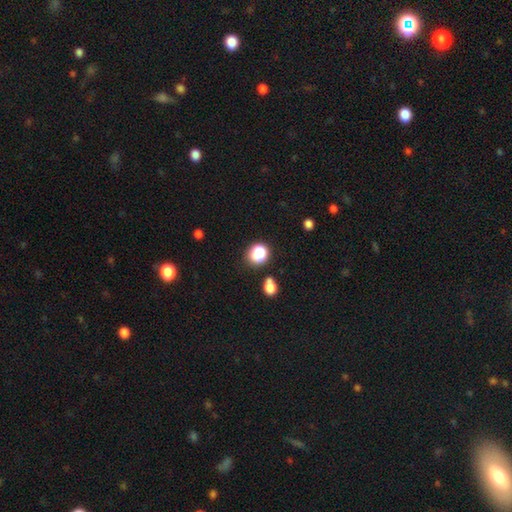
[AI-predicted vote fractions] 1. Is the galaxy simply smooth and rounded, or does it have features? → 80% smooth, 14% star or artifact, 6% featured or disk.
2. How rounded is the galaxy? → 76% round, 23% in between, 1% cigar-shaped.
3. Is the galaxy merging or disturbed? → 68% none, 14% minor disturbance, 13% merger, 5% major disturbance.